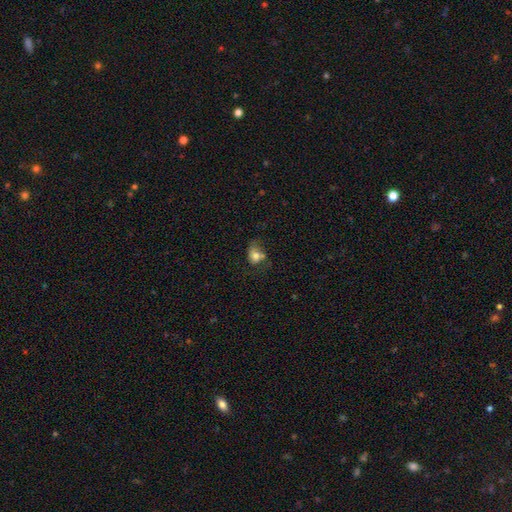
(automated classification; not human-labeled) smooth_or_featured: smooth (p=0.73) [alt: featured or disk p=0.16]
how_rounded: in between (p=0.58) [alt: round p=0.40]
merging: none (p=0.37) [alt: minor disturbance p=0.28]